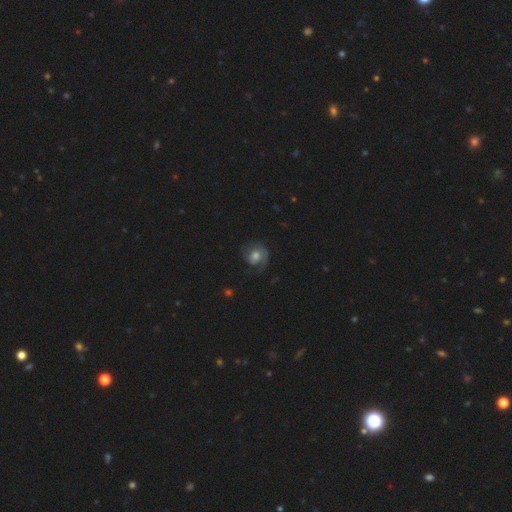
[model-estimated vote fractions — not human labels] featured or disk 60%, smooth 32%, star or artifact 9%. Down the decision tree: edge-on disk — no (98%); bar — no (74%); spiral arms — yes (87%); spiral arm count — 1 (42%); spiral winding — medium (40%); bulge size — moderate (55%); merging — none (60%).